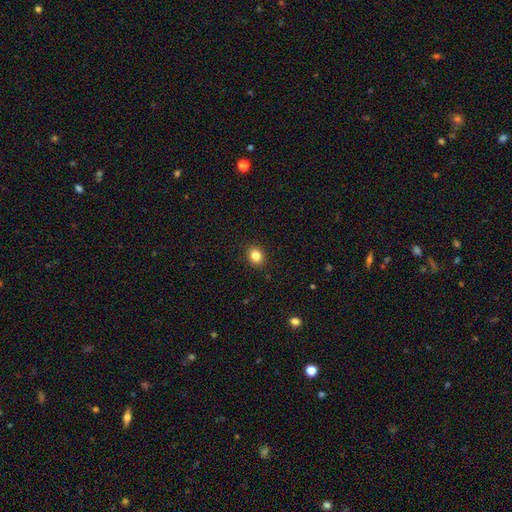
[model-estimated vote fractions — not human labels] The model was most divided on "how rounded": round: 61%, in between: 38%, cigar-shaped: 1%. More confident: merging — none (90%); smooth or featured — smooth (84%).